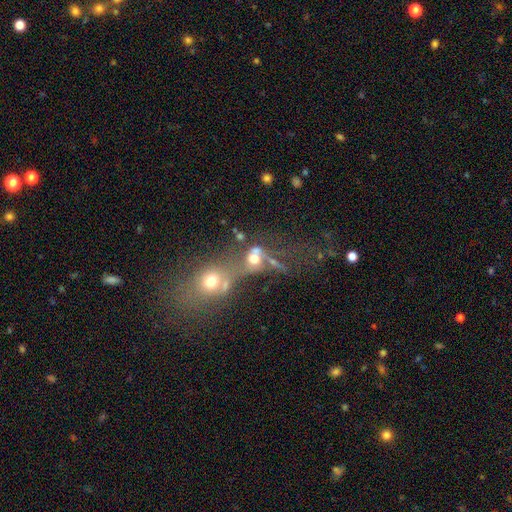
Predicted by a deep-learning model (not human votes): Q: Smooth or featured?
A: smooth (52%); runner-up: featured or disk (26%)
Q: How rounded?
A: round (60%); runner-up: in between (36%)
Q: Merging?
A: merger (59%); runner-up: none (21%)